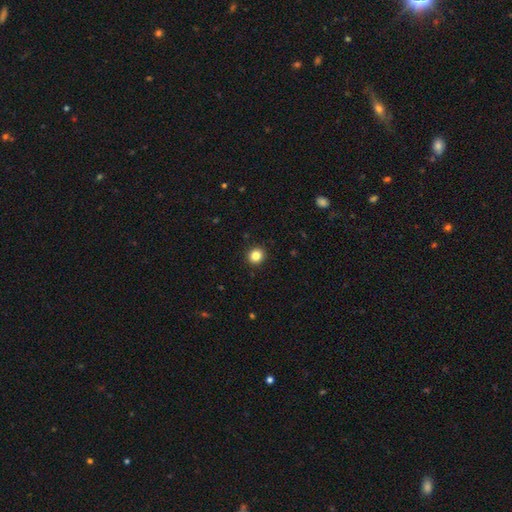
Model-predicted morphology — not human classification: This is clearly a smooth galaxy (84%). How rounded: clearly round (87%). Merging: clearly none (92%).